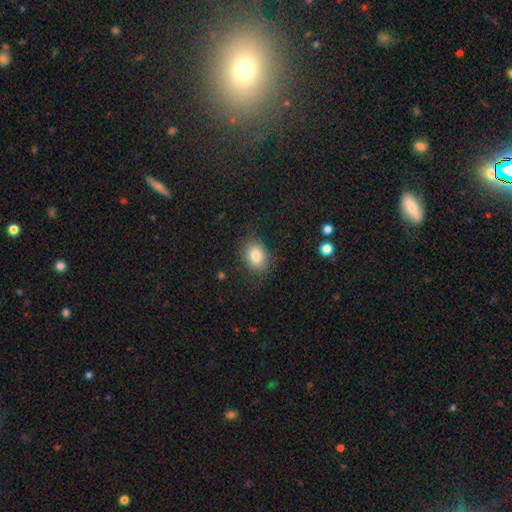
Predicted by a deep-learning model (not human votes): The model was most divided on "how rounded": in between: 65%, round: 33%, cigar-shaped: 1%. More confident: smooth or featured — smooth (83%); merging — none (81%).